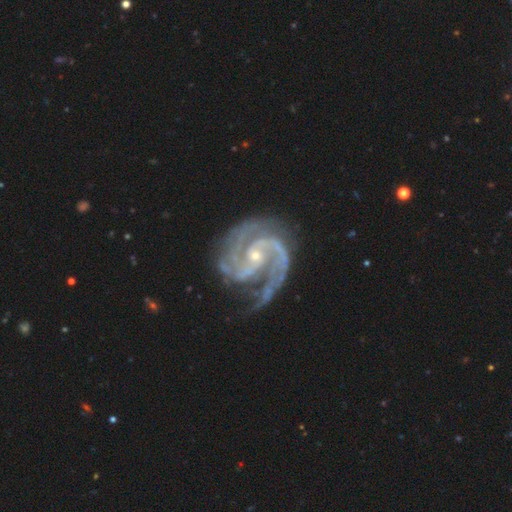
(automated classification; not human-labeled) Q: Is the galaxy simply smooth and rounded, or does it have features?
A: featured or disk — 94%.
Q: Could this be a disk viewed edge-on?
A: no — 98%.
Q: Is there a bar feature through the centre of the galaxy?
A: no — 53%.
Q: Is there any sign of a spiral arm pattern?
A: yes — 99%.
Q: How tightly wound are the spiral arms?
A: medium — 52%.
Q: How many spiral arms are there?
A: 2 — 58%.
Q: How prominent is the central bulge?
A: small — 76%.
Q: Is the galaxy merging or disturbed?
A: none — 61%.